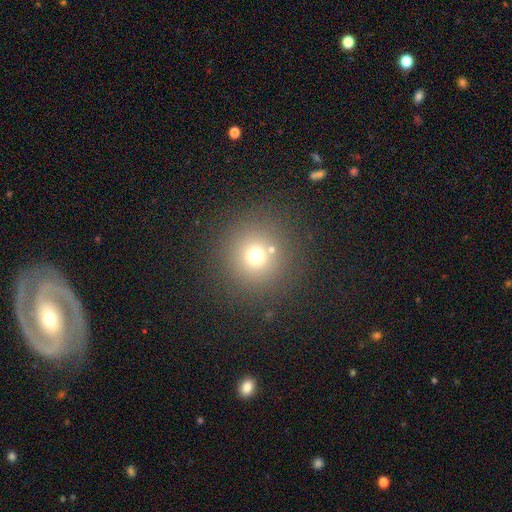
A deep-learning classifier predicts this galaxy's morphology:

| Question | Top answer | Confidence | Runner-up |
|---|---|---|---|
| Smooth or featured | smooth | 69% | star or artifact (20%) |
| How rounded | round | 94% | in between (5%) |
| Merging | none | 83% | minor disturbance (7%) |